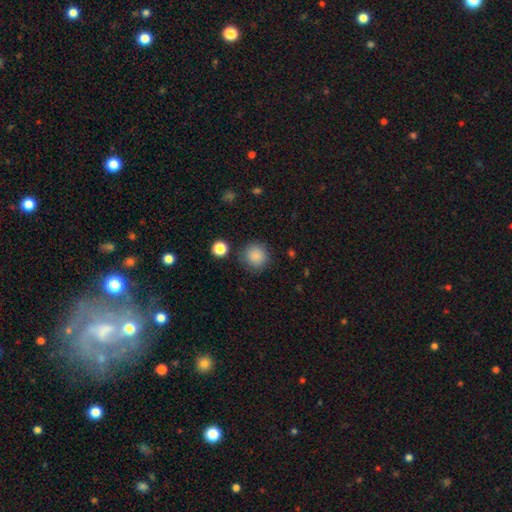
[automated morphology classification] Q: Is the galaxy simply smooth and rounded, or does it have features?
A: smooth — 87%.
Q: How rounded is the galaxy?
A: round — 93%.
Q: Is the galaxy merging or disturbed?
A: none — 85%.